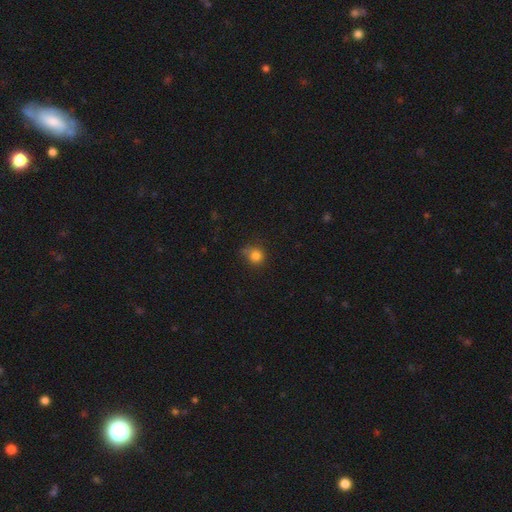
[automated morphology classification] Q: Smooth or featured?
A: smooth (81%); runner-up: star or artifact (13%)
Q: How rounded?
A: round (85%); runner-up: in between (14%)
Q: Merging?
A: none (62%); runner-up: minor disturbance (24%)